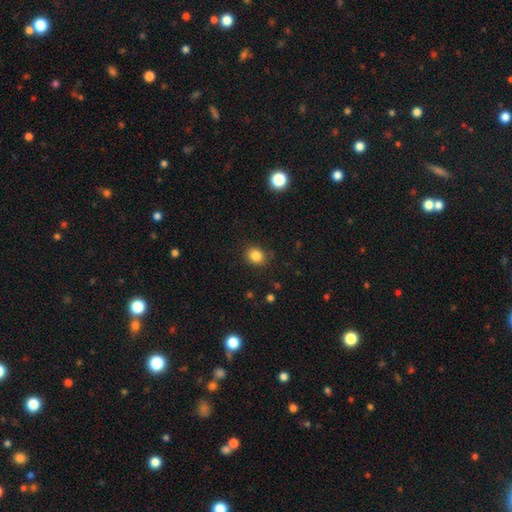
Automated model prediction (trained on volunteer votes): Q: Smooth or featured?
A: smooth (84%); runner-up: star or artifact (11%)
Q: How rounded?
A: round (67%); runner-up: in between (32%)
Q: Merging?
A: none (86%); runner-up: minor disturbance (10%)